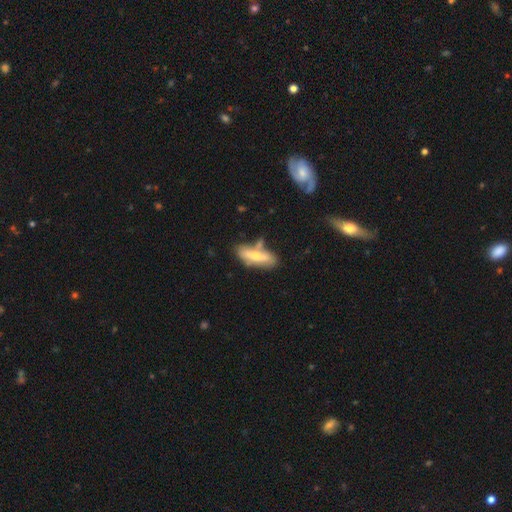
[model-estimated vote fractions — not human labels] Smooth or featured: smooth — 54% (featured or disk — 40%)
How rounded: in between — 51% (cigar-shaped — 47%)
Merging: none — 57% (minor disturbance — 20%)